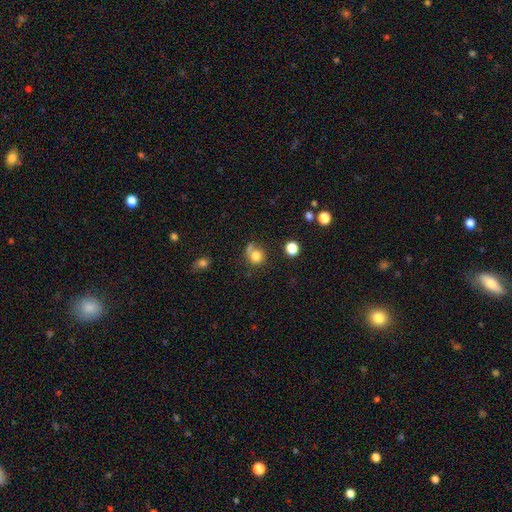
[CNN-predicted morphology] This is likely a smooth galaxy (78%). How rounded: clearly round (82%). Merging: possibly none (54%).